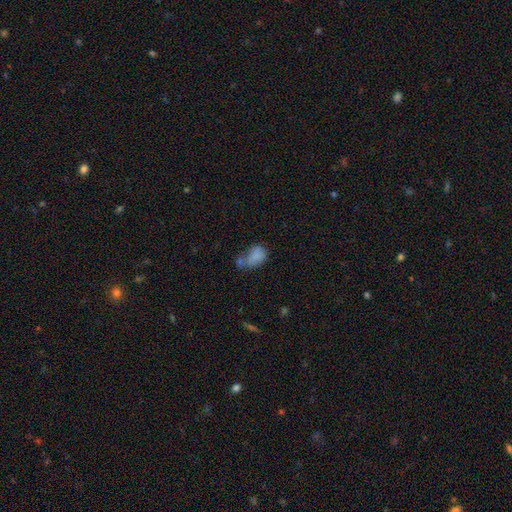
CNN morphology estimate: smooth_or_featured: smooth (p=0.78) [alt: featured or disk p=0.11]
how_rounded: in between (p=0.79) [alt: round p=0.19]
merging: none (p=0.33) [alt: merger p=0.32]